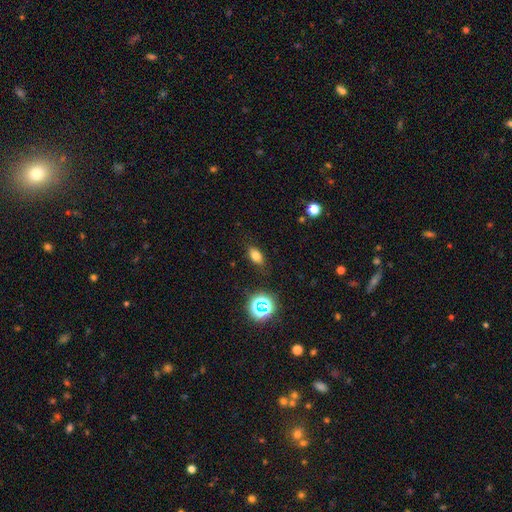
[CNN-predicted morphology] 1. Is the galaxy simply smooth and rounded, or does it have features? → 73% smooth, 17% star or artifact, 10% featured or disk.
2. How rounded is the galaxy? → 84% in between, 11% round, 5% cigar-shaped.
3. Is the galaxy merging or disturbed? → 84% none, 11% minor disturbance, 3% major disturbance, 2% merger.